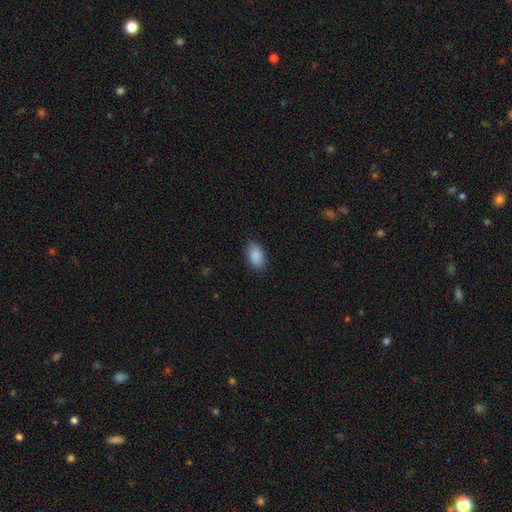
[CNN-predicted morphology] Q: Smooth or featured?
A: smooth (90%); runner-up: star or artifact (7%)
Q: How rounded?
A: in between (92%); runner-up: round (7%)
Q: Merging?
A: none (85%); runner-up: minor disturbance (11%)